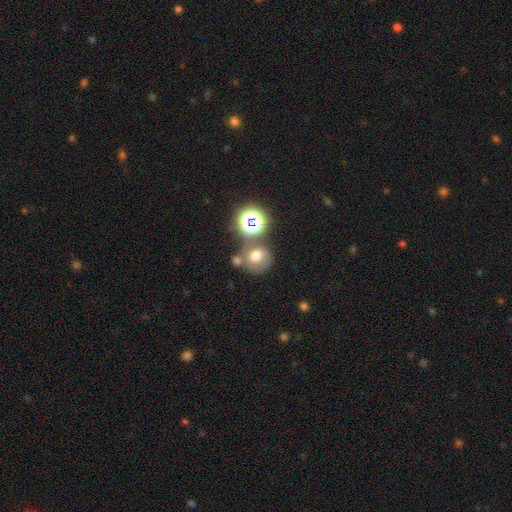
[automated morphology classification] Smooth or featured?
  - smooth: 55% *
  - featured or disk: 25%
  - star or artifact: 20%
How rounded?
  - round: 79% *
  - in between: 20%
  - cigar-shaped: 1%
Merging?
  - none: 52% *
  - merger: 23%
  - minor disturbance: 16%
  - major disturbance: 9%